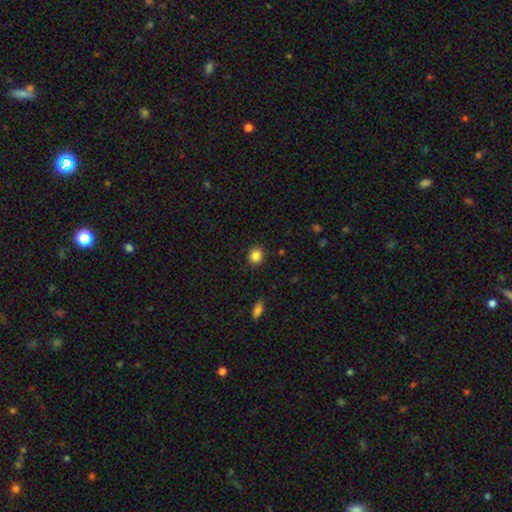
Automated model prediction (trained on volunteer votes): Smooth or featured? smooth (86%)
How rounded? round (86%)
Merging? none (89%)